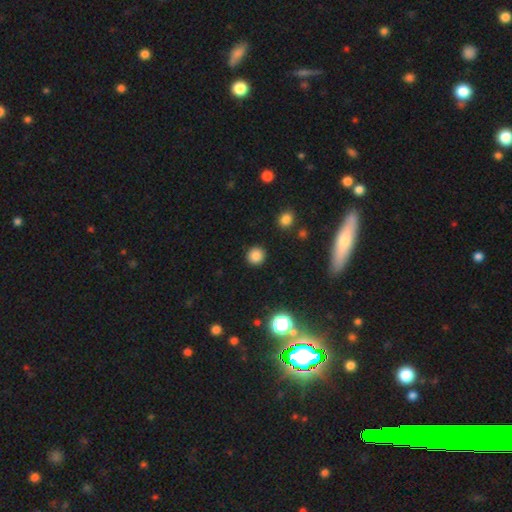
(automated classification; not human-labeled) Smooth or featured: smooth — 84% (star or artifact — 12%)
How rounded: round — 93% (in between — 6%)
Merging: none — 91% (minor disturbance — 5%)